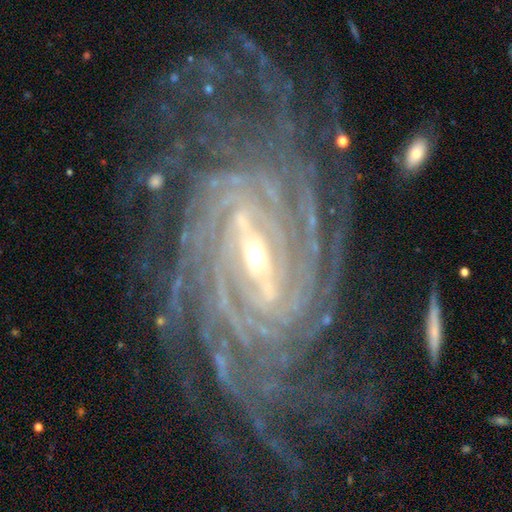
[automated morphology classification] smooth_or_featured: featured or disk (p=0.93) [alt: star or artifact p=0.05]
disk_edge_on: no (p=0.96) [alt: yes p=0.04]
bar: strong (p=0.52) [alt: weak p=0.32]
has_spiral_arms: yes (p=0.98) [alt: no p=0.02]
spiral_winding: tight (p=0.81) [alt: medium p=0.15]
spiral_arm_count: more than 4 (p=0.31) [alt: 4 p=0.22]
bulge_size: small (p=0.63) [alt: moderate p=0.34]
merging: none (p=0.74) [alt: minor disturbance p=0.16]